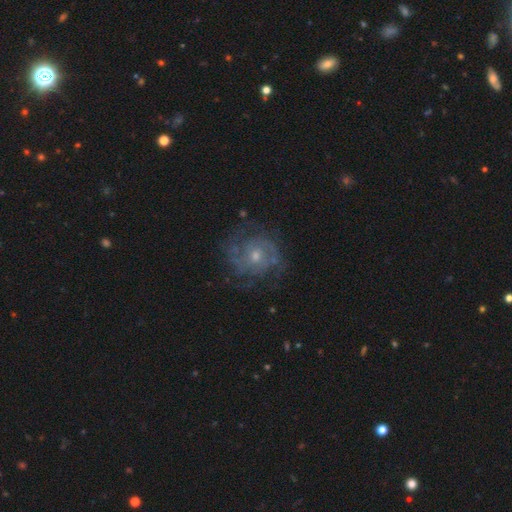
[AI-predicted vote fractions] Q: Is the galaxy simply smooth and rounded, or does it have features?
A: featured or disk — 78%.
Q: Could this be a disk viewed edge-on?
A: no — 98%.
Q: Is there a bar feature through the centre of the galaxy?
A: no — 73%.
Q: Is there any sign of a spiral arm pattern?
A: yes — 87%.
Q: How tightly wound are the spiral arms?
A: tight — 47%.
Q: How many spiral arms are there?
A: can't tell — 33%, tied with 2.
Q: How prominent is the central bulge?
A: small — 52%.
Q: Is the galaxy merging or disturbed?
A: none — 68%.